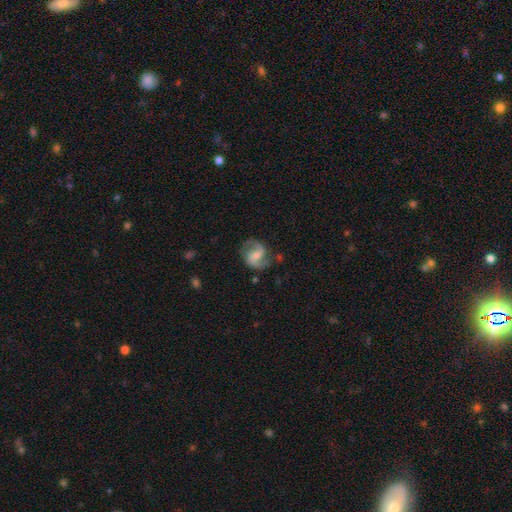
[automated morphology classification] A featured or disk galaxy (82%) with a weak bar (48%), 2 (90%) medium (51%) spiral arms (95%) and a small central bulge (46%). Merging: none (72%).